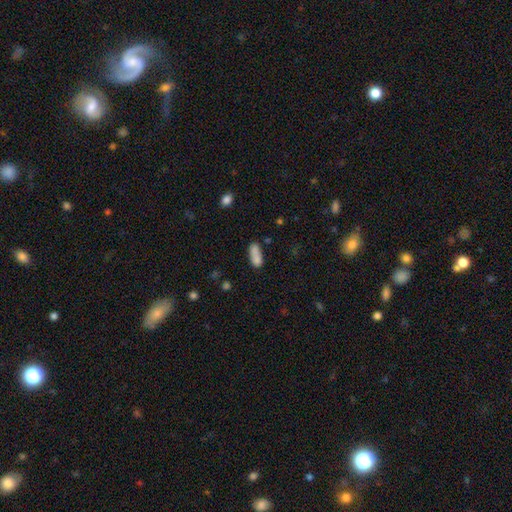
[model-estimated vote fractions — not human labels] A smooth galaxy with no disk features (83%) that is in between round and cigar-shaped (75%).

Vote fractions:
- Smooth or featured? smooth: 83% / featured or disk: 9% / star or artifact: 8%
- How rounded? in between: 75% / cigar-shaped: 22% / round: 3%
- Merging? none: 59% / minor disturbance: 20% / merger: 15% / major disturbance: 6%